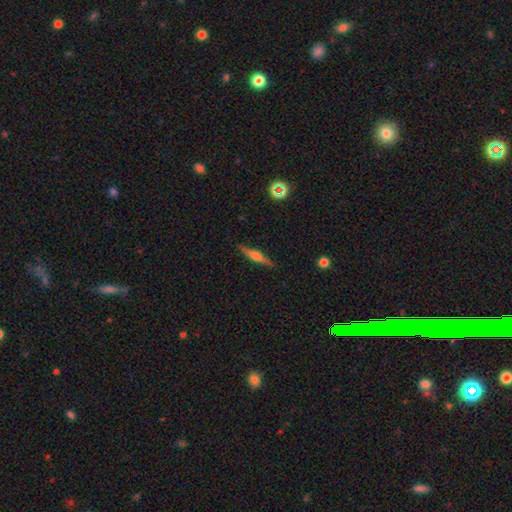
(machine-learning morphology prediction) featured or disk 66%, smooth 27%, star or artifact 7%. Down the decision tree: edge-on disk — yes (97%); edge-on bulge — rounded (78%); merging — none (89%).